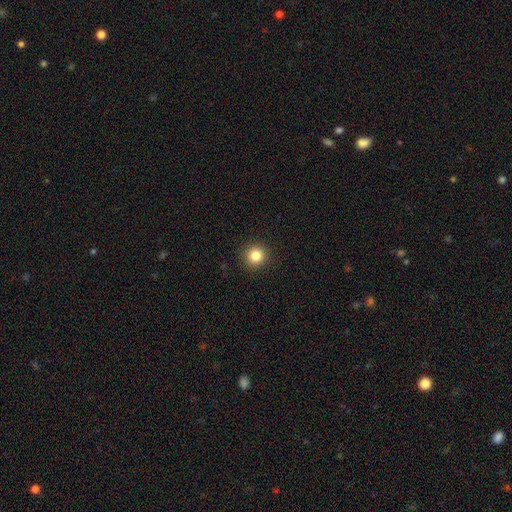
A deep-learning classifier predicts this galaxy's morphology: smooth-or-featured: smooth: 83% | star or artifact: 11% | featured or disk: 5%
  how-rounded: round: 93% | in between: 6% | cigar-shaped: 1%
  merging: none: 93% | minor disturbance: 5% | major disturbance: 2% | merger: 1%